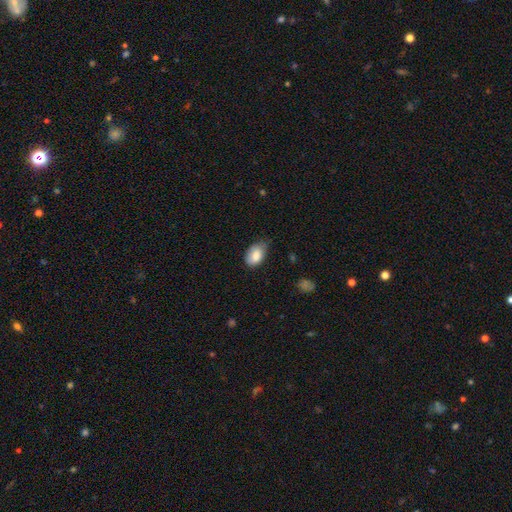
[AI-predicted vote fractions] This appears to be a smooth galaxy with no disk features (85%) that is in between round and cigar-shaped (90%). Merging: none (57%).